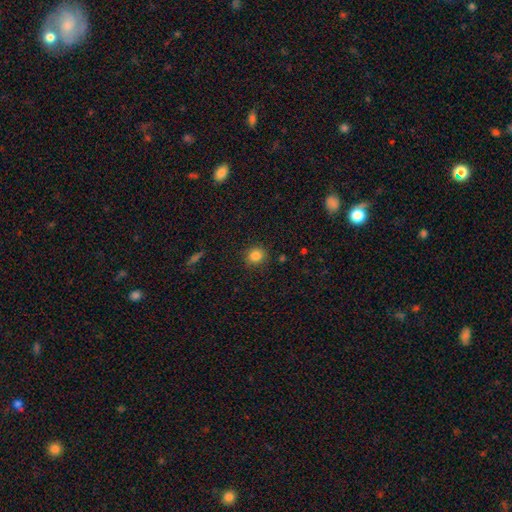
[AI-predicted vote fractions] Q: Smooth or featured?
A: smooth (83%); runner-up: star or artifact (11%)
Q: How rounded?
A: round (84%); runner-up: in between (15%)
Q: Merging?
A: none (89%); runner-up: minor disturbance (8%)